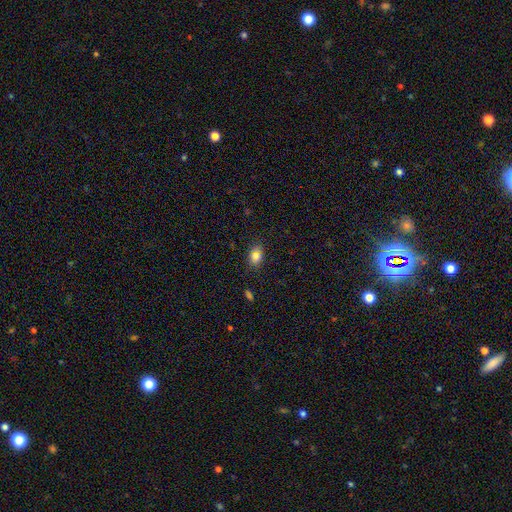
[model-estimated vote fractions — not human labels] smooth_or_featured: smooth (p=0.75) [alt: star or artifact p=0.16]
how_rounded: in between (p=0.68) [alt: round p=0.30]
merging: none (p=0.79) [alt: minor disturbance p=0.14]